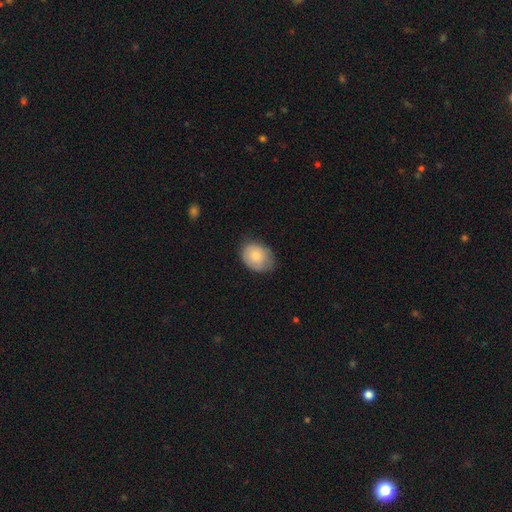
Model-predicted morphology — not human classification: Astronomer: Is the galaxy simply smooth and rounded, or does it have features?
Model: smooth — 78%.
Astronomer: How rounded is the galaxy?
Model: in between — 61% (runner-up: round, 38%).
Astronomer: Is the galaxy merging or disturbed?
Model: none — 67%.